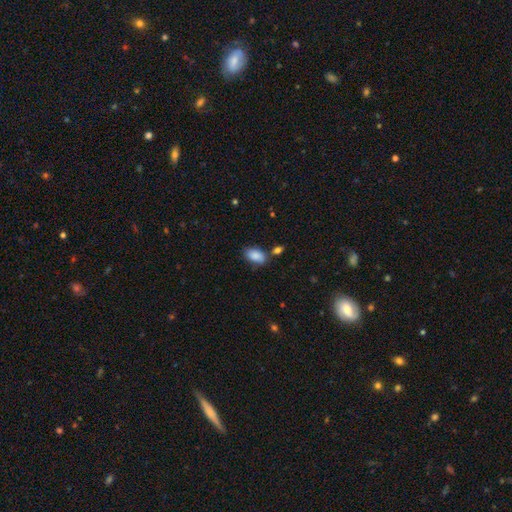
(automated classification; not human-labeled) This is clearly a smooth galaxy (87%). How rounded: clearly in between (93%). Merging: likely none (69%).